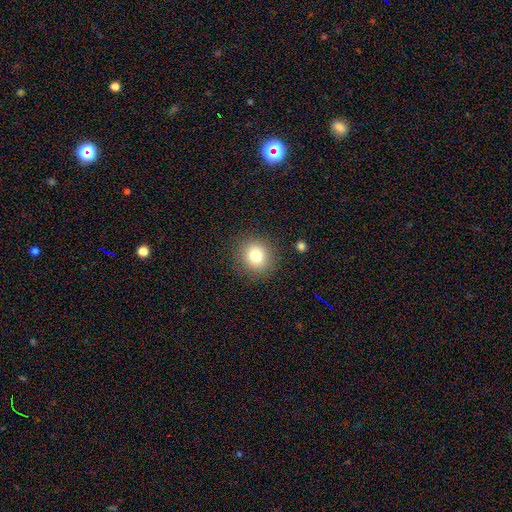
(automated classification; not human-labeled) Morphology: type=smooth (79%); roundness=round (87%); merging=none (88%).